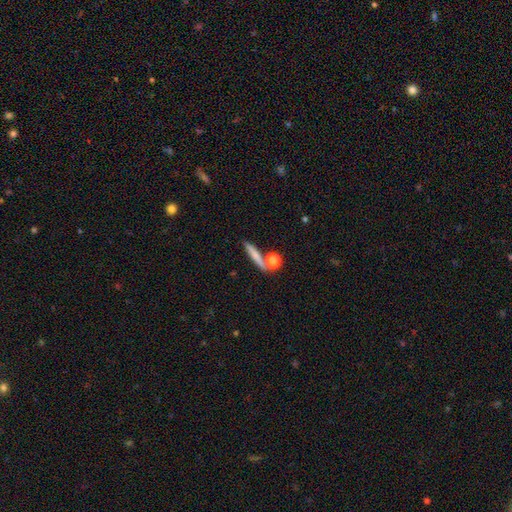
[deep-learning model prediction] smooth-or-featured: smooth: 68% | featured or disk: 22% | star or artifact: 9%
  how-rounded: cigar-shaped: 72% | round: 15% | in between: 13%
  merging: none: 71% | merger: 15% | minor disturbance: 10% | major disturbance: 4%